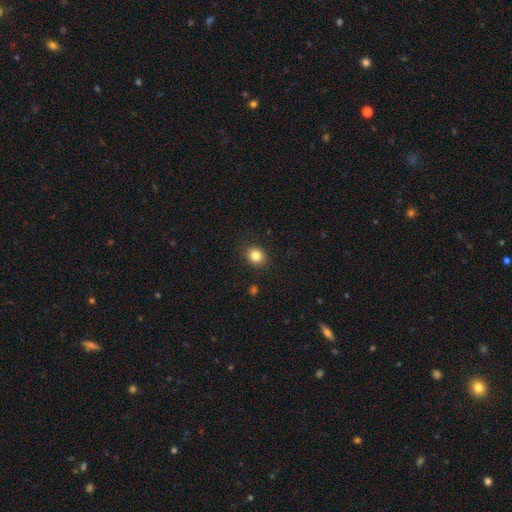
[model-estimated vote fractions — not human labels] smooth_or_featured: smooth (p=0.84) [alt: star or artifact p=0.11]
how_rounded: round (p=0.70) [alt: in between p=0.29]
merging: none (p=0.88) [alt: minor disturbance p=0.08]